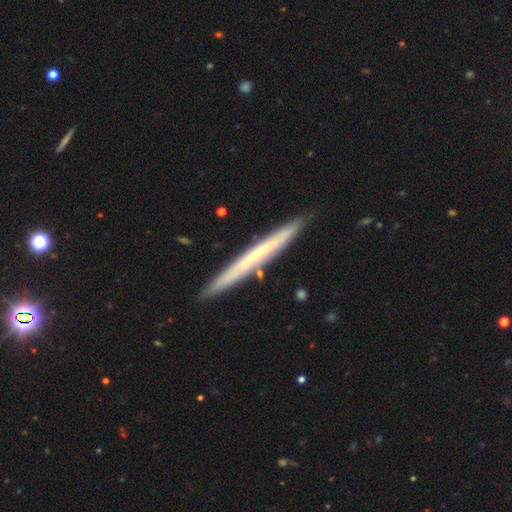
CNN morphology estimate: type=featured or disk (54%); edge-on=yes (94%); edge-on bulge=none (83%); merging=none (88%).